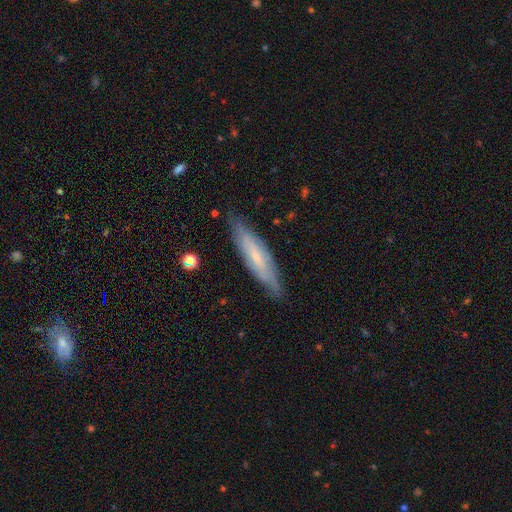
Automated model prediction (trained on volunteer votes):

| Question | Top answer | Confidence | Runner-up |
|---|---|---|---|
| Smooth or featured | featured or disk | 55% | smooth (38%) |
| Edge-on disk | yes | 62% | no (38%) |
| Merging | none | 81% | minor disturbance (15%) |